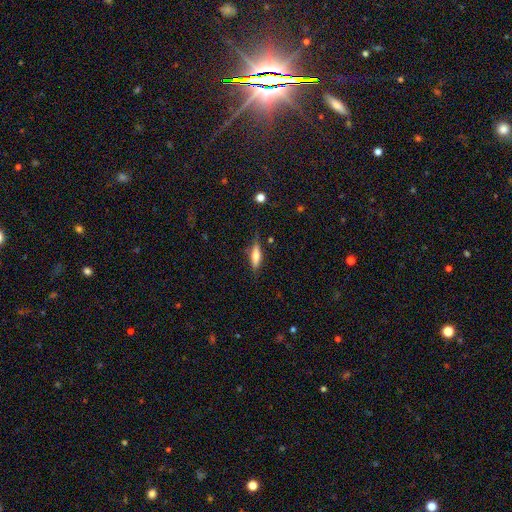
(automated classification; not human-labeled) Smooth or featured? Predicted: smooth (p=0.61). How rounded? Predicted: cigar-shaped (p=0.59). Merging? Predicted: none (p=0.75).